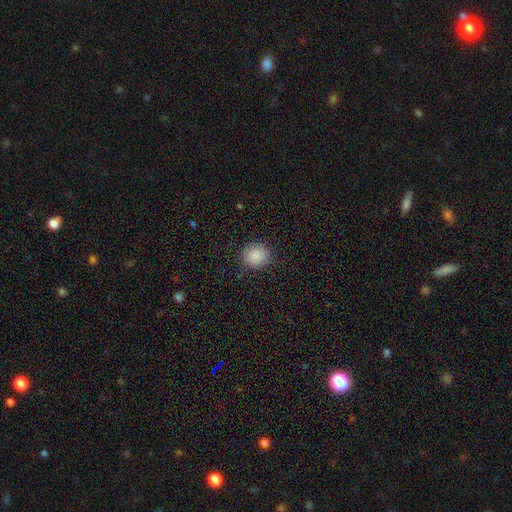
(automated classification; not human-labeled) Smooth or featured? smooth (88%)
How rounded? round (81%)
Merging? none (86%)